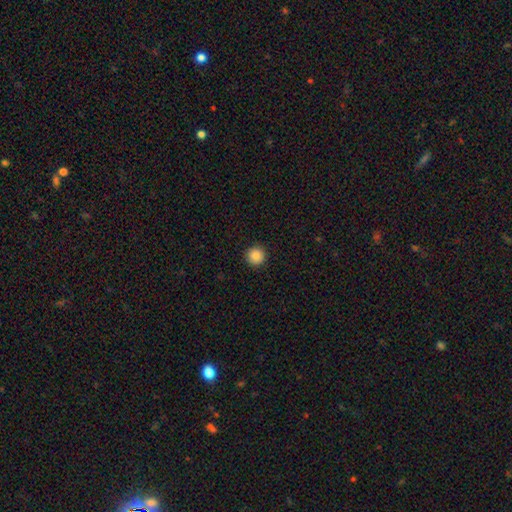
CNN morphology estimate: type=smooth (86%); roundness=round (95%); merging=none (93%).